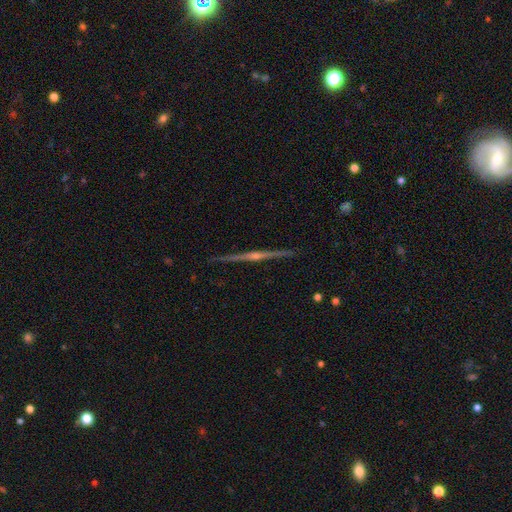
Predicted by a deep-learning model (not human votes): Smooth or featured? Predicted: featured or disk (p=0.83). Edge-on disk? Predicted: yes (p=0.98). Edge-on bulge? Predicted: rounded (p=0.82). Merging? Predicted: none (p=0.91).